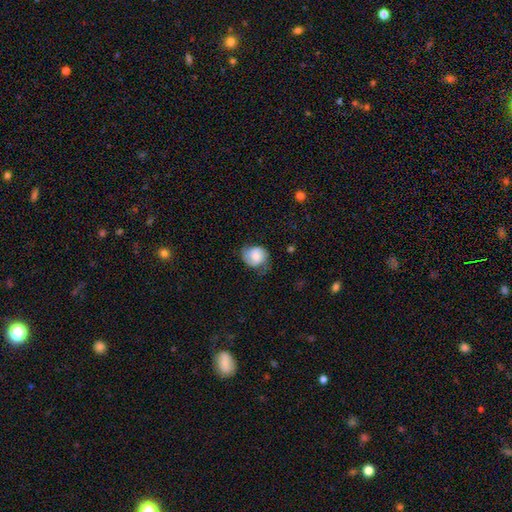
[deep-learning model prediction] Smooth or featured: smooth — 64% (featured or disk — 28%)
How rounded: round — 65% (in between — 34%)
Merging: none — 49% (minor disturbance — 34%)